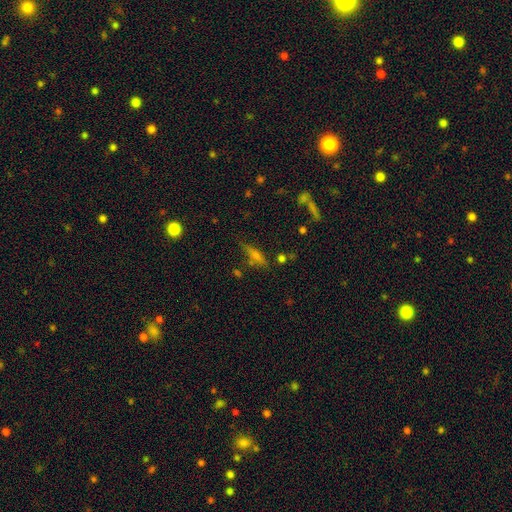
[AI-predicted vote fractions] Overall: smooth (56%; featured or disk 28%). How rounded: cigar-shaped (63%; in between 33%). Merging: none (69%).